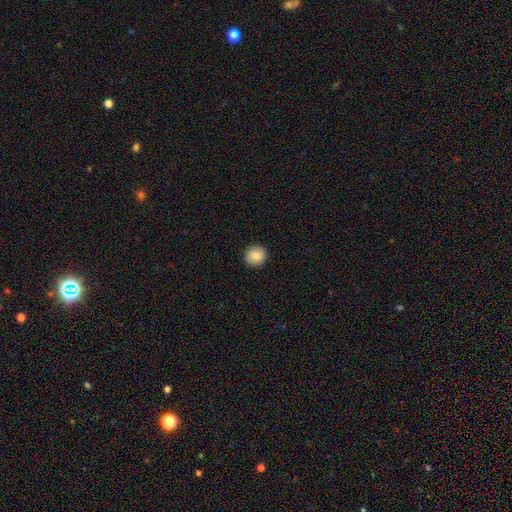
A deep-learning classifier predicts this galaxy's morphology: smooth-or-featured: smooth: 80% | featured or disk: 12% | star or artifact: 8%
  how-rounded: round: 90% | in between: 9% | cigar-shaped: 1%
  merging: none: 91% | minor disturbance: 7% | major disturbance: 2% | merger: 1%